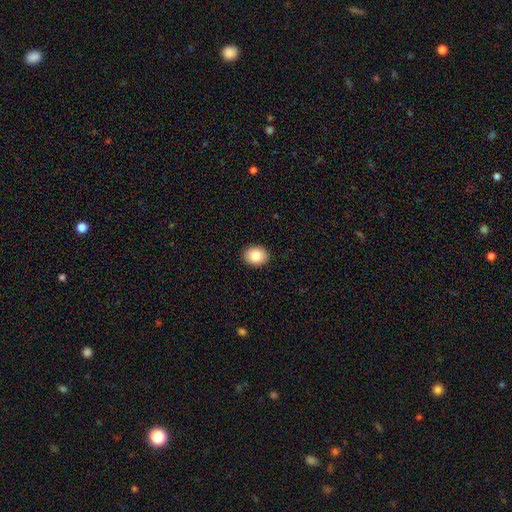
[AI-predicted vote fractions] smooth 83%, star or artifact 9%, featured or disk 8%. Down the decision tree: how rounded — round (53%); merging — none (91%).